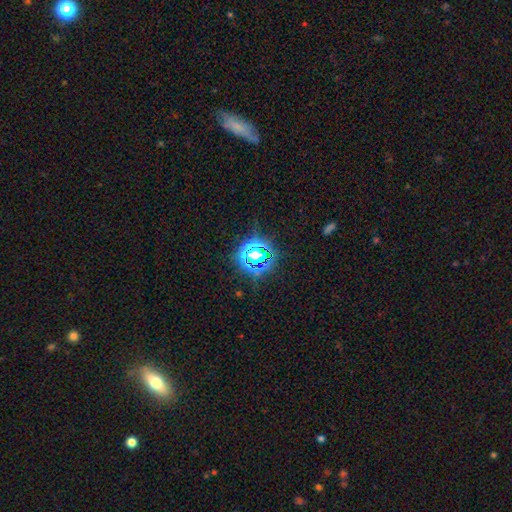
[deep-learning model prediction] This appears to be a star or artifact, not a galaxy (66%).